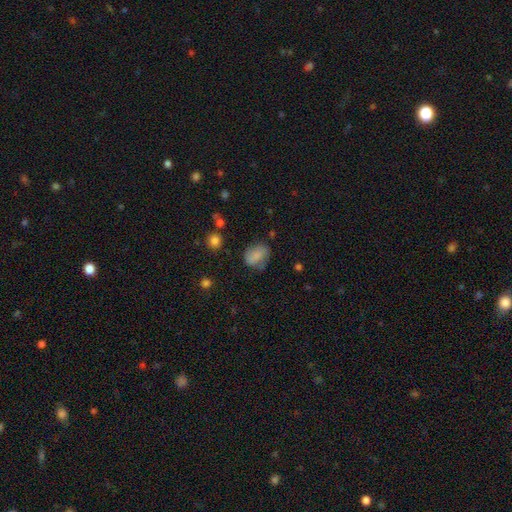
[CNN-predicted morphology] Overall: smooth (75%). How rounded: in between (68%; round 30%). Merging: none (59%; minor disturbance 28%).